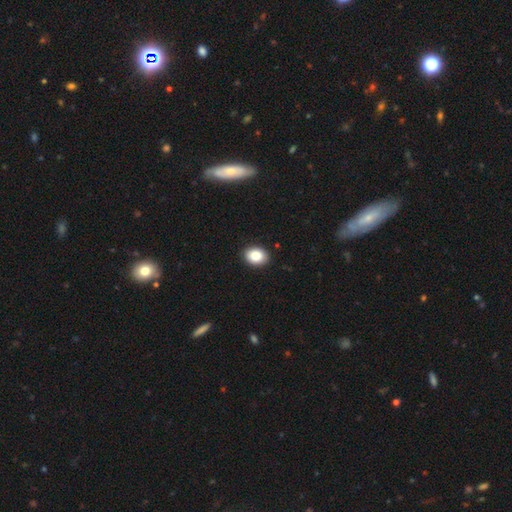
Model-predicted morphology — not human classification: This is clearly a smooth galaxy (84%). How rounded: likely in between (63%). Merging: clearly none (91%).